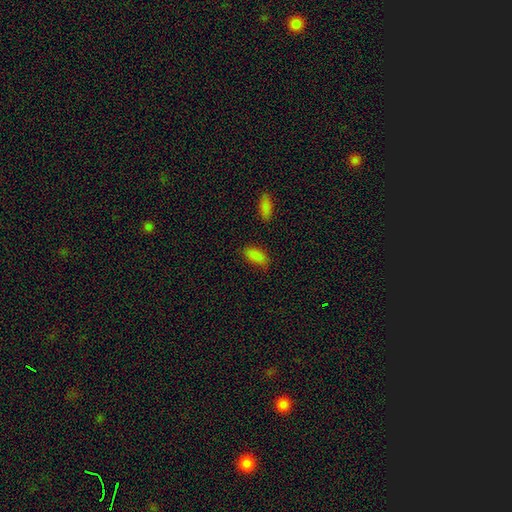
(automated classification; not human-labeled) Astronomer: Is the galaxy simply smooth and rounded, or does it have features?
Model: smooth — 84%.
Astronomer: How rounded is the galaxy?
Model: in between — 89%.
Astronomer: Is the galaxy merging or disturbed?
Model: none — 72%.